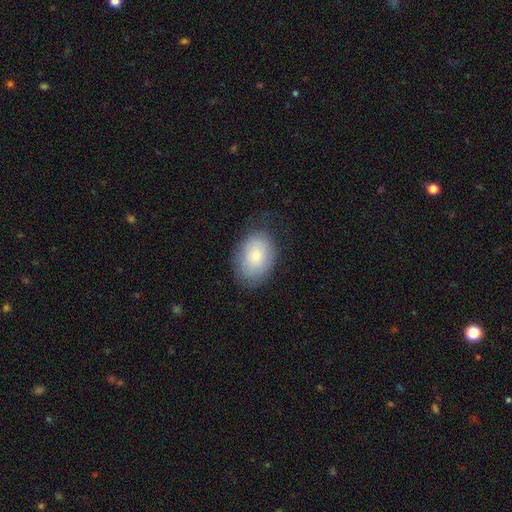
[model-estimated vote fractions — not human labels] smooth-or-featured: smooth: 78% | featured or disk: 15% | star or artifact: 7%
  how-rounded: in between: 81% | round: 18% | cigar-shaped: 1%
  merging: none: 74% | minor disturbance: 19% | major disturbance: 6% | merger: 1%